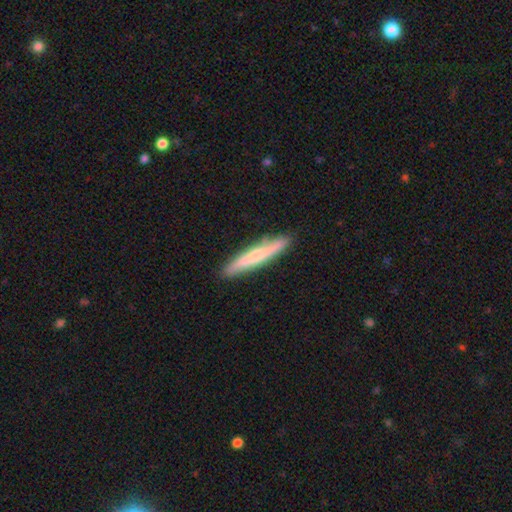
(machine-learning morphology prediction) This is possibly a smooth galaxy (55%). How rounded: clearly cigar-shaped (94%). Merging: clearly none (88%).